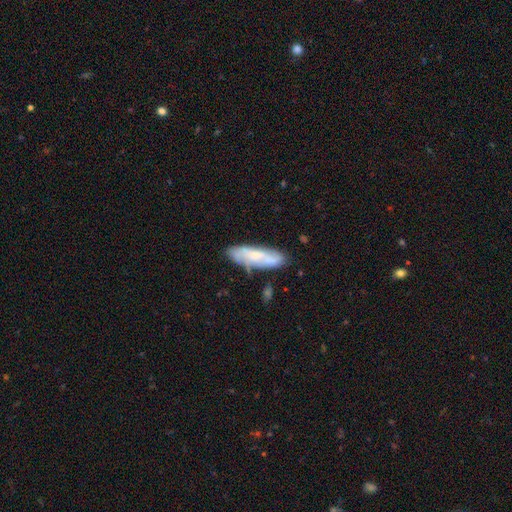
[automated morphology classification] Smooth or featured?
  - featured or disk: 51% *
  - smooth: 41%
  - star or artifact: 7%
Edge-on disk?
  - no: 72% *
  - yes: 28%
Merging?
  - none: 76% *
  - minor disturbance: 17%
  - major disturbance: 4%
  - merger: 4%